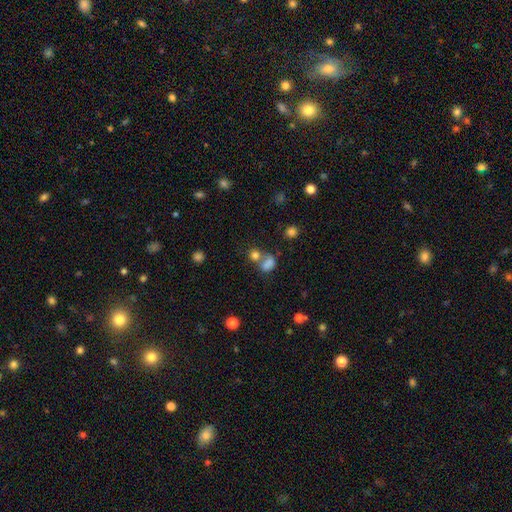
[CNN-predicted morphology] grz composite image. It shows a smooth galaxy with no disk features (70%) that is round (59%). Merging: merger (44%).